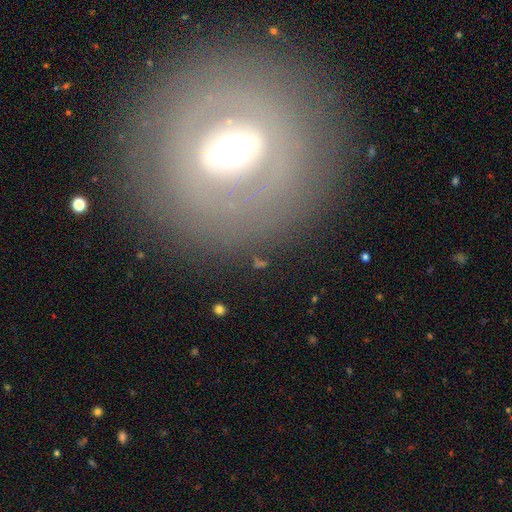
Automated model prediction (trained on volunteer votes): The model was most divided on "bar": strong: 43%, weak: 29%, no: 27%. More confident: merging — none (82%); edge-on disk — no (81%); spiral arms — no (78%); smooth or featured — featured or disk (62%); bulge size — moderate (54%).